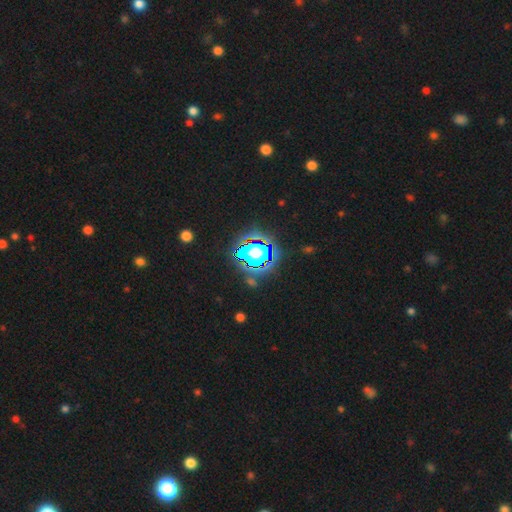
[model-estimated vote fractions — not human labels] Smooth or featured?
  - star or artifact: 82% *
  - smooth: 11%
  - featured or disk: 7%